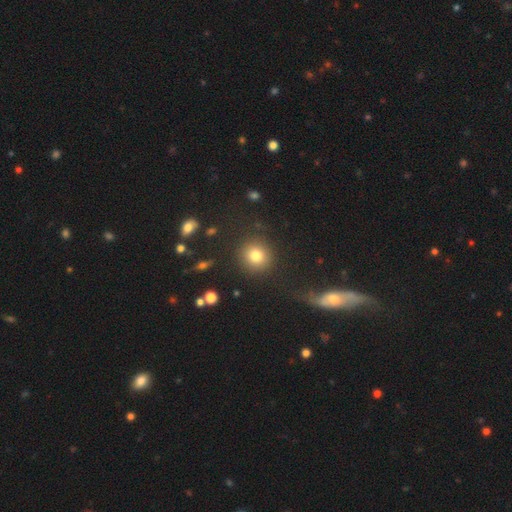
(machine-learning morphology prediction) type=smooth (81%); roundness=round (89%); merging=none (86%).